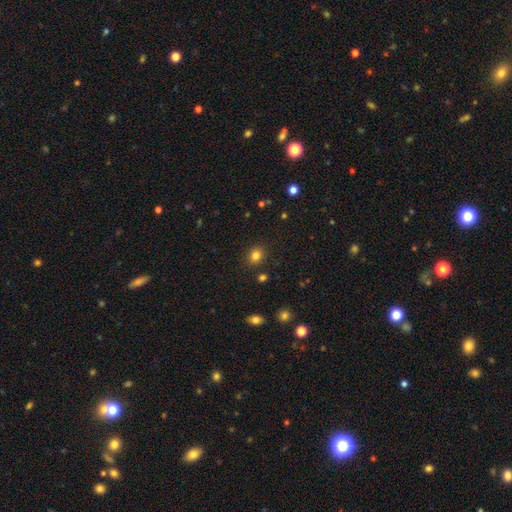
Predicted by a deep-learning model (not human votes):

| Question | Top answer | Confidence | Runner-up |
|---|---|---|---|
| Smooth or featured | smooth | 82% | star or artifact (13%) |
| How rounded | round | 71% | in between (28%) |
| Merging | none | 87% | minor disturbance (8%) |